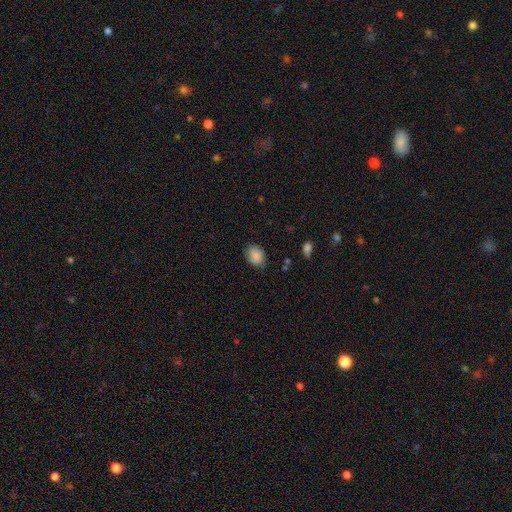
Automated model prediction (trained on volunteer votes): smooth-or-featured: smooth: 87% | star or artifact: 8% | featured or disk: 5%
  how-rounded: in between: 67% | round: 32% | cigar-shaped: 1%
  merging: none: 77% | minor disturbance: 18% | major disturbance: 4% | merger: 1%